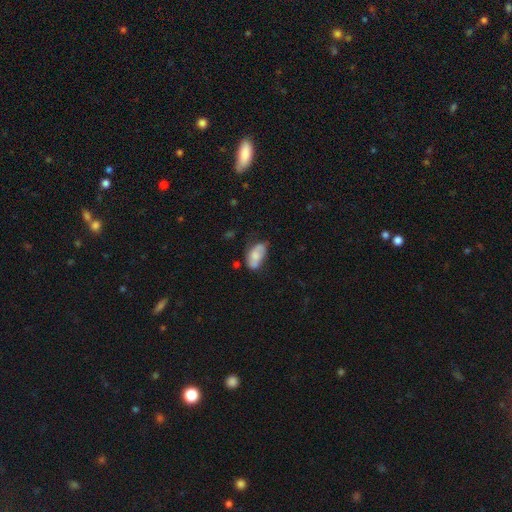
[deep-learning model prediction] Smooth or featured? smooth (65%)
How rounded? in between (92%)
Merging? none (45%)